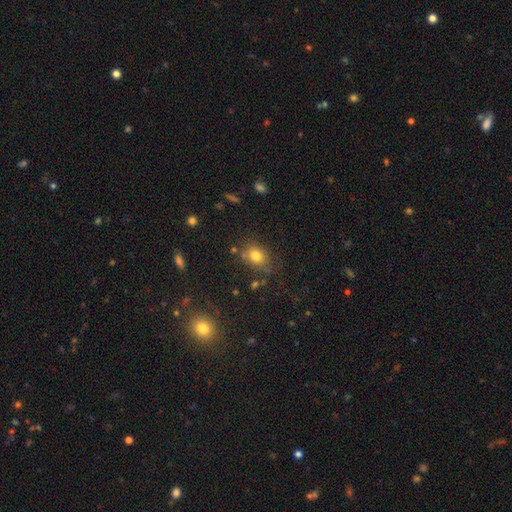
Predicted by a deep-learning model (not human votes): A smooth galaxy with no disk features (77%) that is in between round and cigar-shaped (51%).

Vote fractions:
- Smooth or featured? smooth: 77% / star or artifact: 14% / featured or disk: 10%
- How rounded? in between: 51% / round: 48% / cigar-shaped: 1%
- Merging? none: 72% / minor disturbance: 16% / merger: 6% / major disturbance: 6%